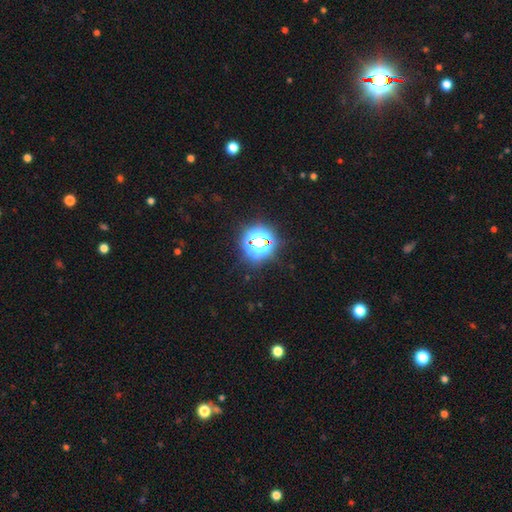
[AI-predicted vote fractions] star or artifact 79%, smooth 15%, featured or disk 6%.